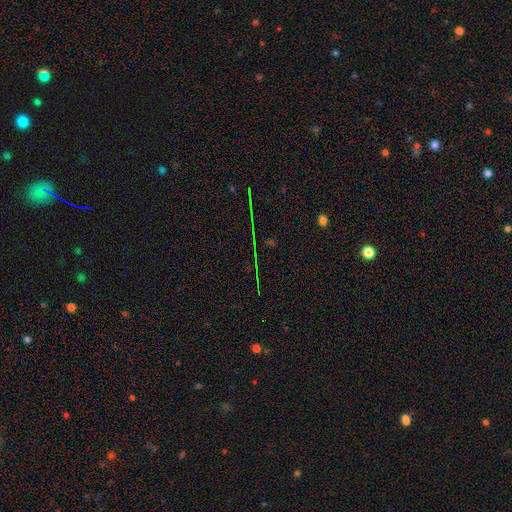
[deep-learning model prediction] The model was most divided on "smooth or featured": star or artifact: 76%, smooth: 14%, featured or disk: 10%.